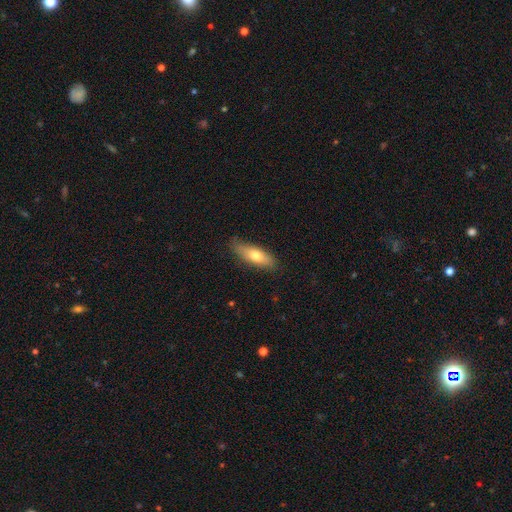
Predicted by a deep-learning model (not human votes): The model was most divided on "how rounded": in between: 51%, cigar-shaped: 47%, round: 2%. More confident: merging — none (80%); smooth or featured — smooth (70%).